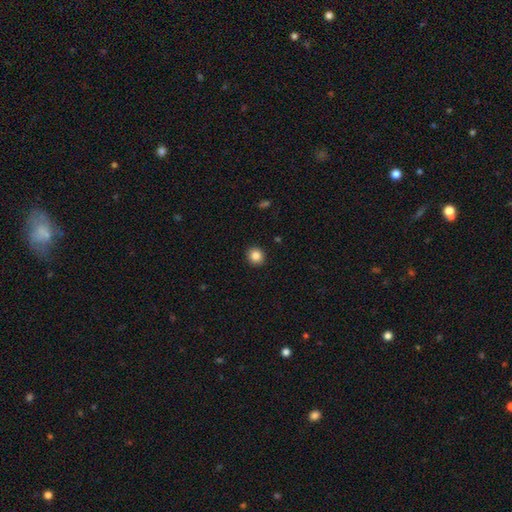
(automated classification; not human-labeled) smooth-or-featured: smooth: 86% | star or artifact: 10% | featured or disk: 4%
  how-rounded: round: 89% | in between: 10% | cigar-shaped: 1%
  merging: none: 92% | minor disturbance: 5% | major disturbance: 2% | merger: 1%